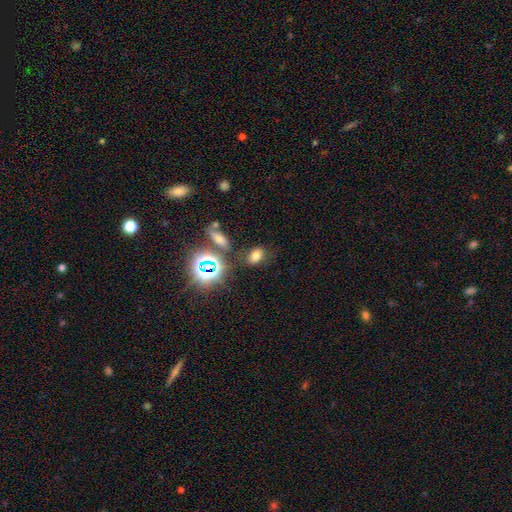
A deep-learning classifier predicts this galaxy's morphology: smooth_or_featured: smooth (p=0.67) [alt: star or artifact p=0.24]
how_rounded: in between (p=0.75) [alt: round p=0.23]
merging: none (p=0.75) [alt: minor disturbance p=0.13]